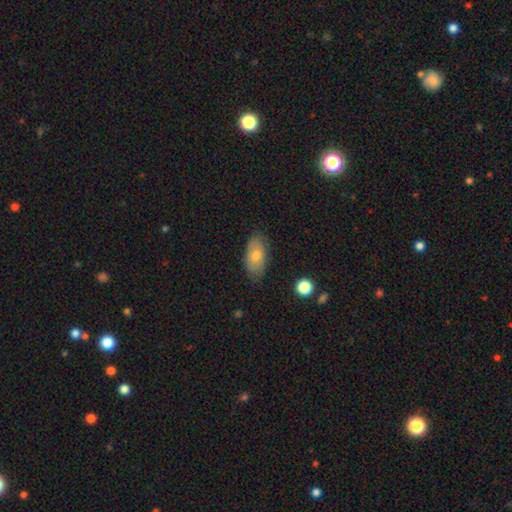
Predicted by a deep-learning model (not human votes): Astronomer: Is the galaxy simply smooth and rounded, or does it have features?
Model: smooth — 70%.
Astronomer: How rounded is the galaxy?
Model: in between — 91%.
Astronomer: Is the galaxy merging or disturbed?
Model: none — 81%.